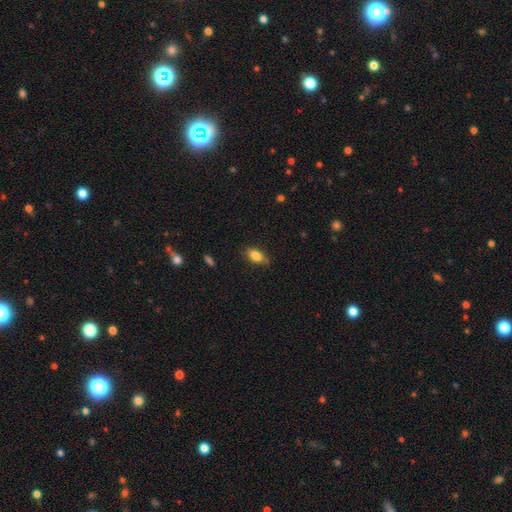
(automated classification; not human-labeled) This appears to be a smooth galaxy with no disk features (84%) that is in between round and cigar-shaped (87%). Merging: none (75%).